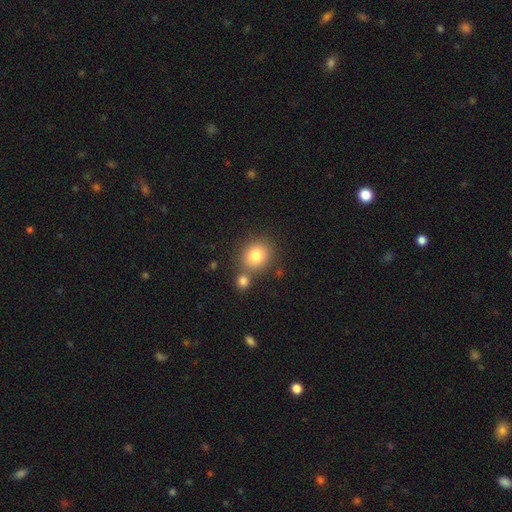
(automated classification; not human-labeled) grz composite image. It shows a smooth galaxy with no disk features (80%) that is round (76%). Merging: none (66%).